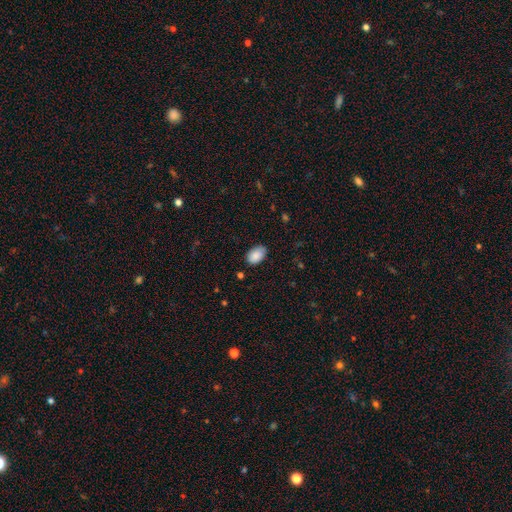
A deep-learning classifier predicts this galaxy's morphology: Overall: smooth (88%). How rounded: in between (90%). Merging: none (80%).